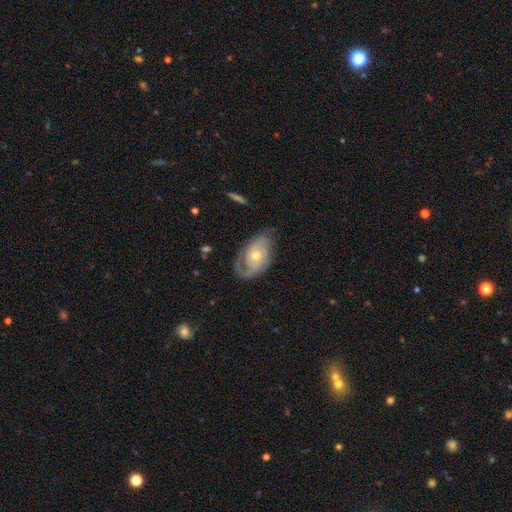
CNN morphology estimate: Overall: featured or disk (77%). Edge-on disk: no (95%). Bar: no (77%). Spiral arms: yes (88%). Spiral arm count: 2 (54%; 1 20%). Spiral winding: tight (47%; medium 36%). Bulge size: moderate (62%; small 33%). Merging: none (63%; minor disturbance 23%).